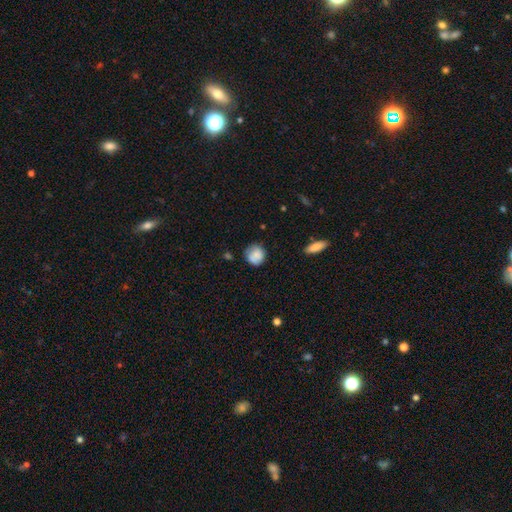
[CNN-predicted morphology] Overall: smooth (77%). How rounded: round (84%). Merging: none (64%; minor disturbance 25%).